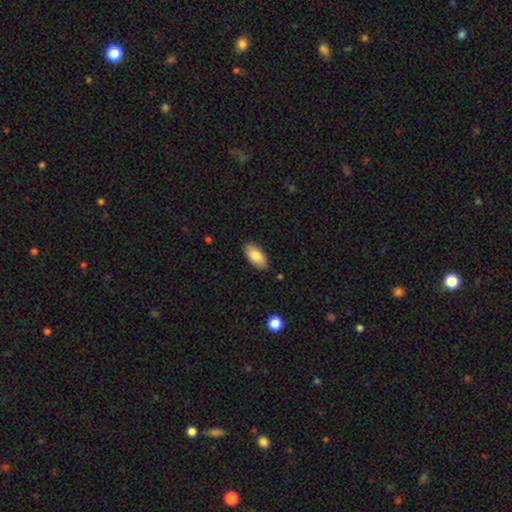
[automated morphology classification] Smooth or featured? smooth (82%)
How rounded? in between (93%)
Merging? none (86%)